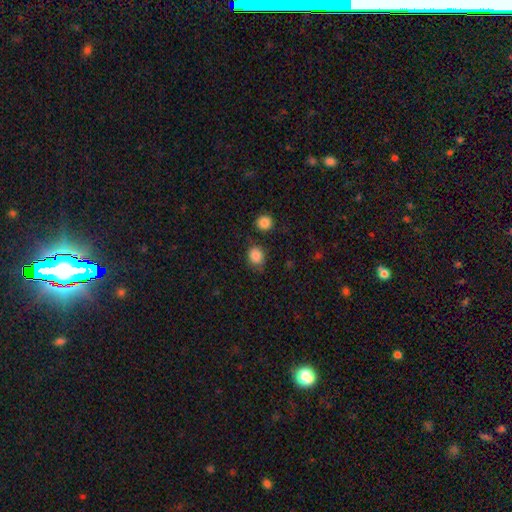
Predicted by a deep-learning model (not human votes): Overall: smooth (86%). How rounded: round (66%; in between 33%). Merging: none (75%).